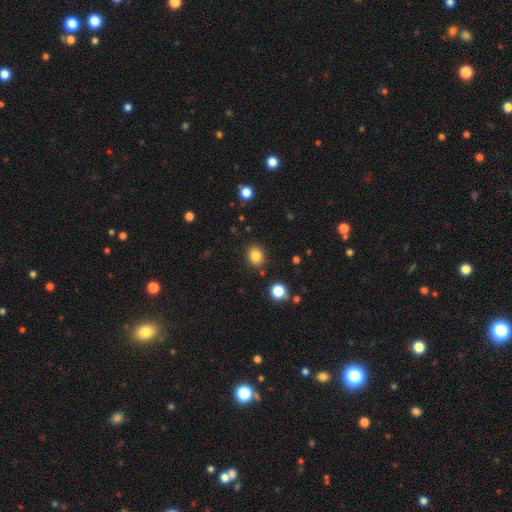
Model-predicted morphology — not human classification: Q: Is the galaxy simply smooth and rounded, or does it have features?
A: smooth — 83%.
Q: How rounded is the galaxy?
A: round — 60%.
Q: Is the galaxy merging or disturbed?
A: none — 86%.